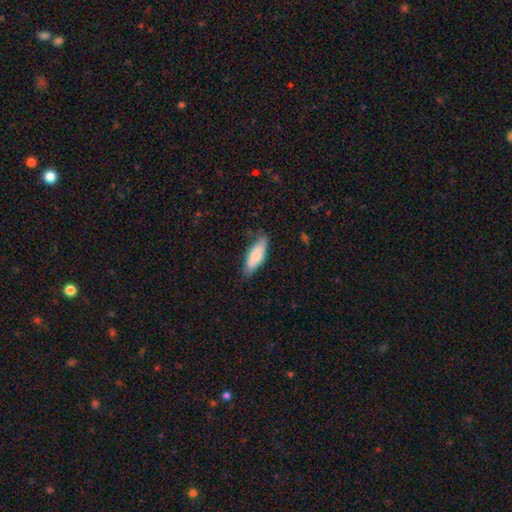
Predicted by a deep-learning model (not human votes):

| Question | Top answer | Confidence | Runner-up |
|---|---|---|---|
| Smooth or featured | smooth | 77% | featured or disk (18%) |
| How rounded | in between | 59% | cigar-shaped (39%) |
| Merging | none | 70% | minor disturbance (24%) |